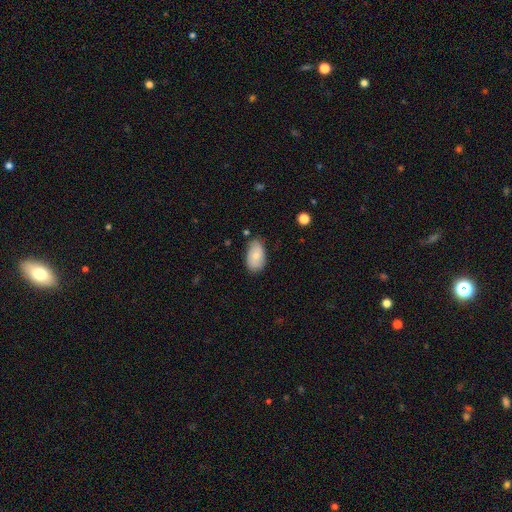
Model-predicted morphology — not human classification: smooth-or-featured: smooth: 71% | featured or disk: 23% | star or artifact: 7%
  how-rounded: in between: 93% | round: 6% | cigar-shaped: 2%
  merging: none: 71% | minor disturbance: 23% | major disturbance: 4% | merger: 2%